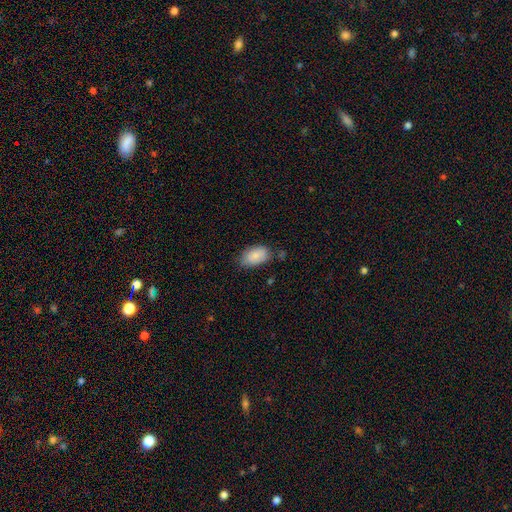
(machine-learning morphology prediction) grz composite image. It shows a smooth galaxy with no disk features (85%) that is in between round and cigar-shaped (93%). Merging: none (68%).